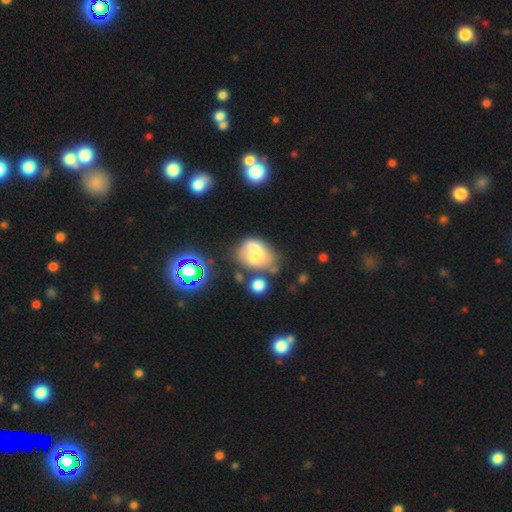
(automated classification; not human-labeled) Smooth or featured? Predicted: smooth (p=0.54). How rounded? Predicted: in between (p=0.59). Merging? Predicted: merger (p=0.46).